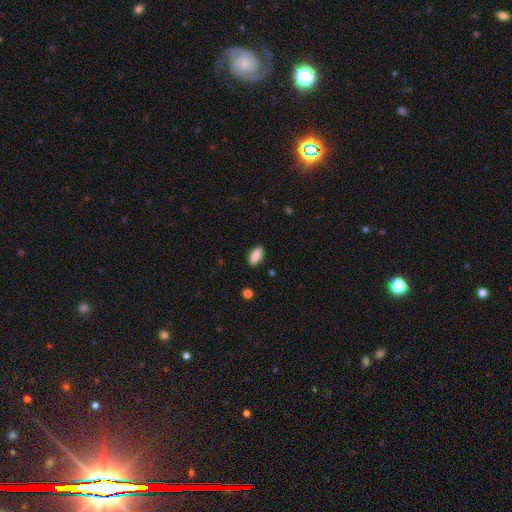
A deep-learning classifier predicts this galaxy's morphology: Smooth or featured?
  - smooth: 85% *
  - featured or disk: 8%
  - star or artifact: 7%
How rounded?
  - in between: 88% *
  - cigar-shaped: 9%
  - round: 3%
Merging?
  - none: 88% *
  - minor disturbance: 8%
  - major disturbance: 2%
  - merger: 1%